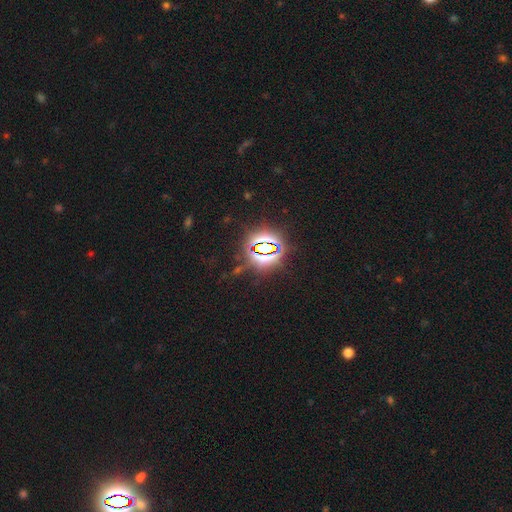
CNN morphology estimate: type=star or artifact (81%).